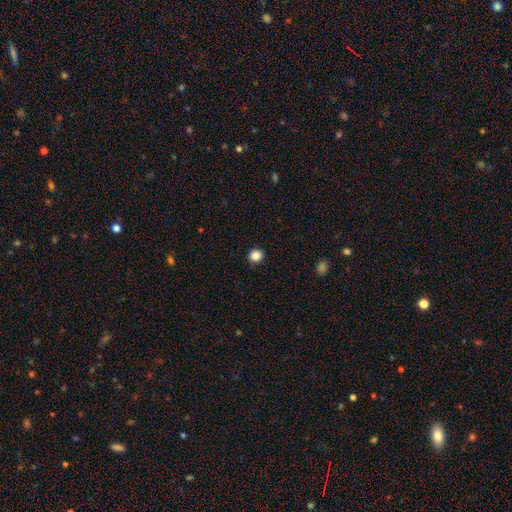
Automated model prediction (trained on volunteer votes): Q: Smooth or featured?
A: smooth (86%); runner-up: star or artifact (11%)
Q: How rounded?
A: round (88%); runner-up: in between (11%)
Q: Merging?
A: none (91%); runner-up: minor disturbance (6%)